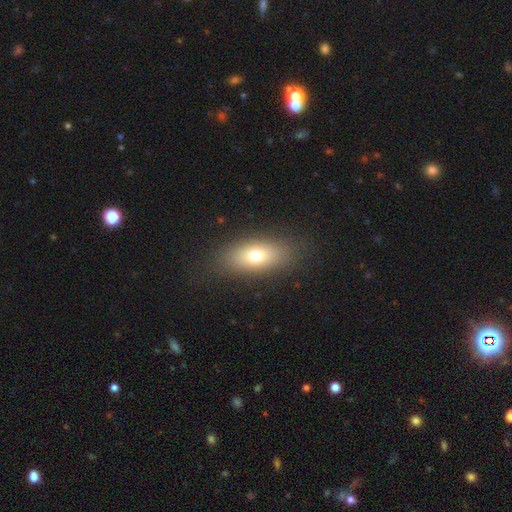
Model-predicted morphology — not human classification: Overall: smooth (72%). How rounded: in between (81%). Merging: none (84%).